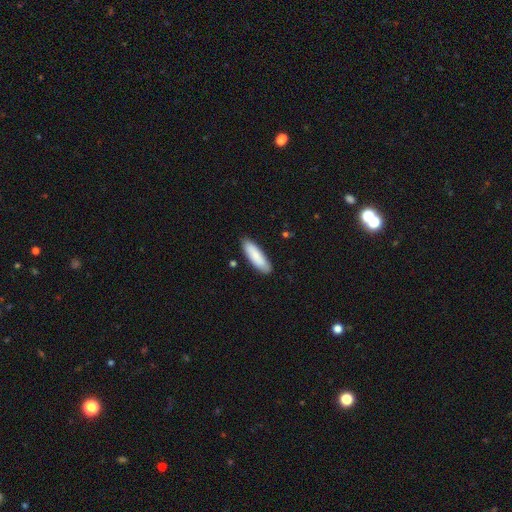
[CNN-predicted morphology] Q: Smooth or featured?
A: smooth (87%); runner-up: featured or disk (8%)
Q: How rounded?
A: cigar-shaped (52%); runner-up: in between (46%)
Q: Merging?
A: none (86%); runner-up: minor disturbance (10%)